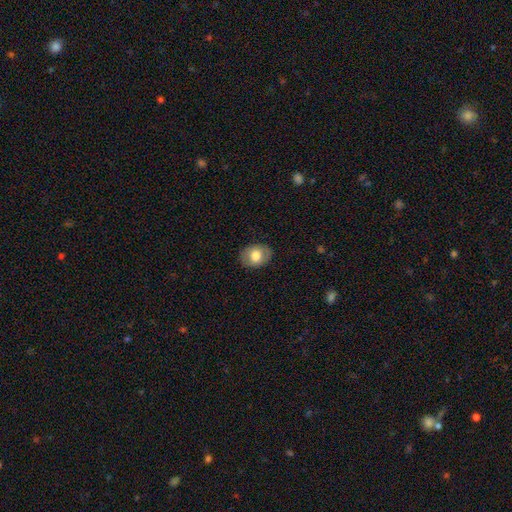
A smooth galaxy with no disk features (68%) that is in between round and cigar-shaped (54%). Merging: none (91%).